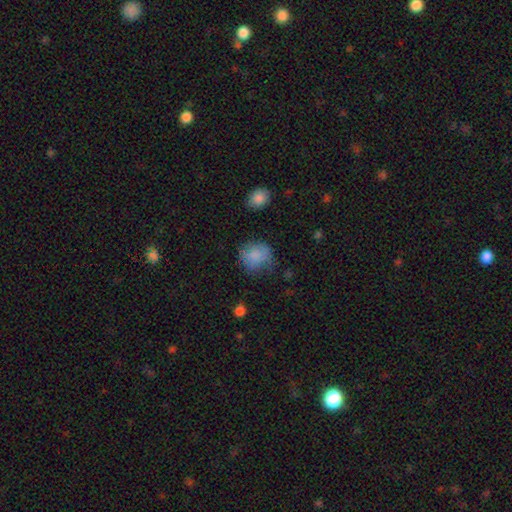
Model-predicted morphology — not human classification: A smooth galaxy with no disk features (79%) that is round (79%).

Vote fractions:
- Smooth or featured? smooth: 79% / featured or disk: 11% / star or artifact: 10%
- How rounded? round: 79% / in between: 20% / cigar-shaped: 1%
- Merging? none: 60% / minor disturbance: 25% / major disturbance: 12% / merger: 2%